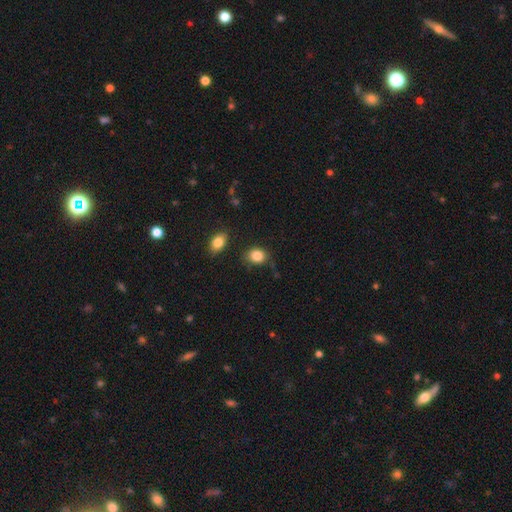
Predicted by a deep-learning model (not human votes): Smooth or featured? smooth (86%)
How rounded? in between (51%)
Merging? none (74%)